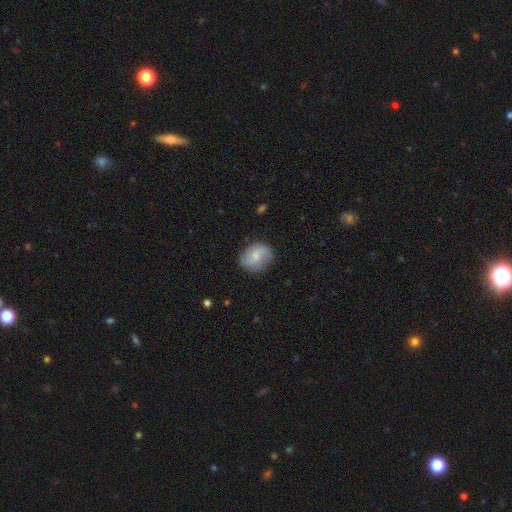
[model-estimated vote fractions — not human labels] smooth_or_featured: smooth (p=0.59) [alt: featured or disk p=0.34]
how_rounded: round (p=0.51) [alt: in between p=0.48]
merging: none (p=0.75) [alt: minor disturbance p=0.19]